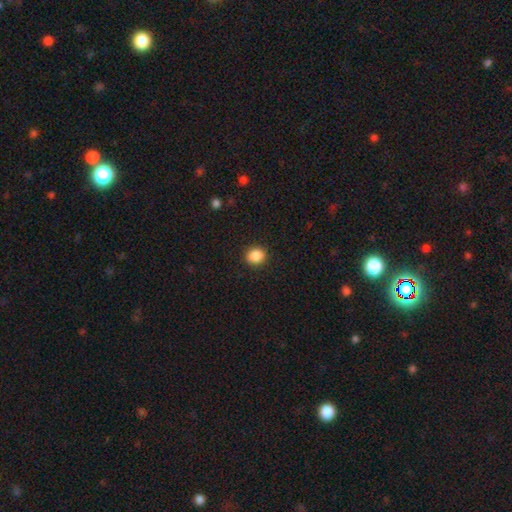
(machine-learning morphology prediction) This is clearly a smooth galaxy (88%). How rounded: likely round (73%). Merging: clearly none (91%).